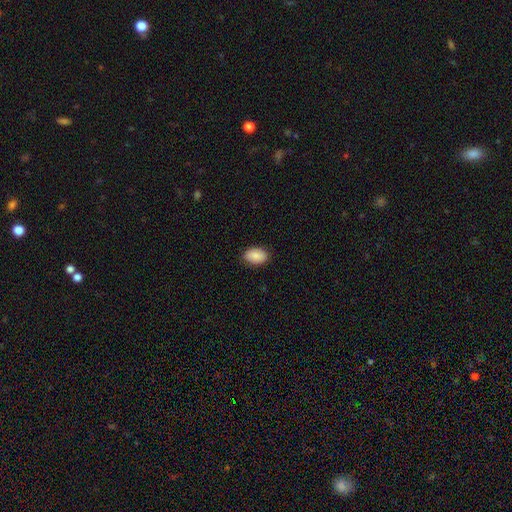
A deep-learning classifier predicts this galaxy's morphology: smooth 87%, star or artifact 7%, featured or disk 6%. Down the decision tree: how rounded — in between (89%); merging — none (87%).